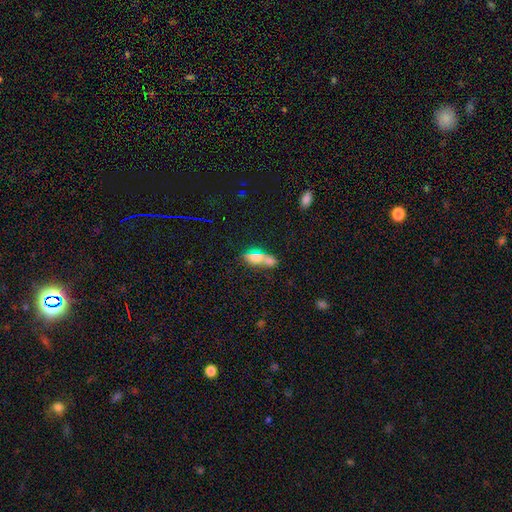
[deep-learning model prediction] This appears to be a smooth galaxy with no disk features (56%) that is in between round and cigar-shaped (68%). Merging: merger (41%).